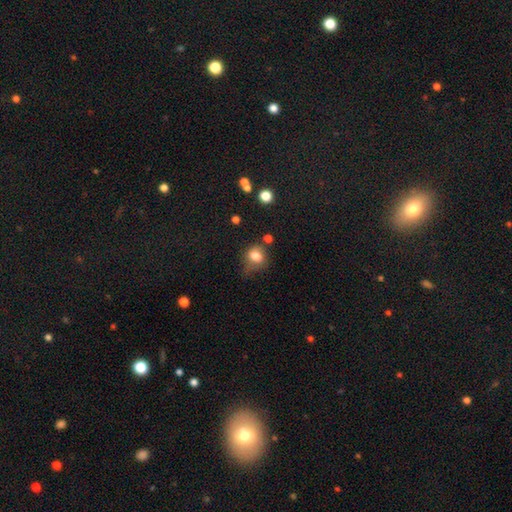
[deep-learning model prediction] A smooth galaxy with no disk features (78%) that is round (60%).

Vote fractions:
- Smooth or featured? smooth: 78% / star or artifact: 11% / featured or disk: 11%
- How rounded? round: 60% / in between: 39% / cigar-shaped: 1%
- Merging? none: 49% / minor disturbance: 31% / major disturbance: 14% / merger: 7%